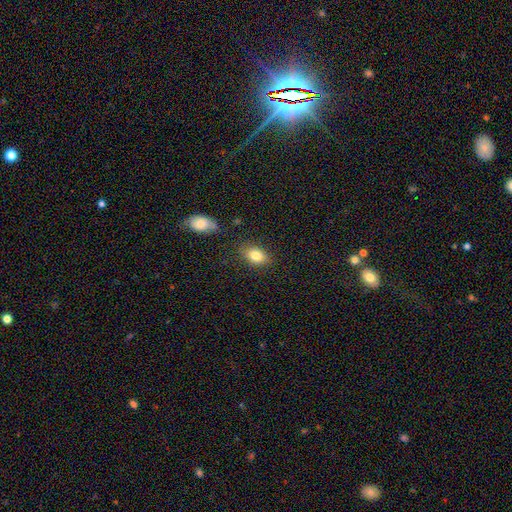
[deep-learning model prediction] Q: Smooth or featured?
A: smooth (83%); runner-up: featured or disk (9%)
Q: How rounded?
A: in between (82%); runner-up: round (17%)
Q: Merging?
A: none (81%); runner-up: minor disturbance (12%)